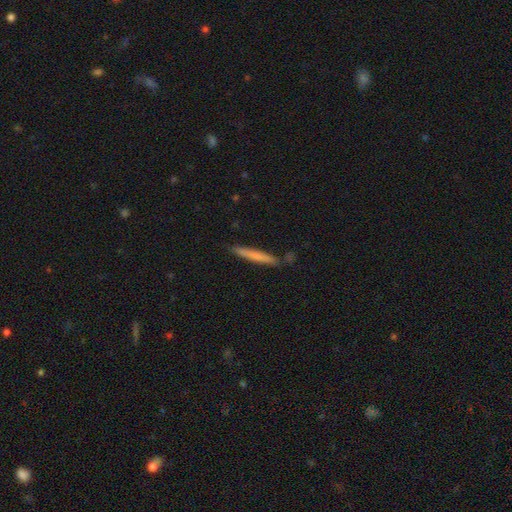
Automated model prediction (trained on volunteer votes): Morphology: type=smooth (67%); roundness=cigar-shaped (96%); merging=none (85%).